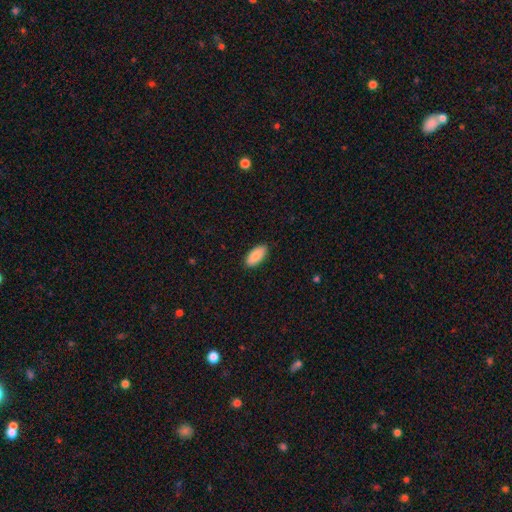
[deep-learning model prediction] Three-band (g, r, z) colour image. It shows a smooth galaxy with no disk features (88%) that is in between round and cigar-shaped (93%). Merging: none (89%).